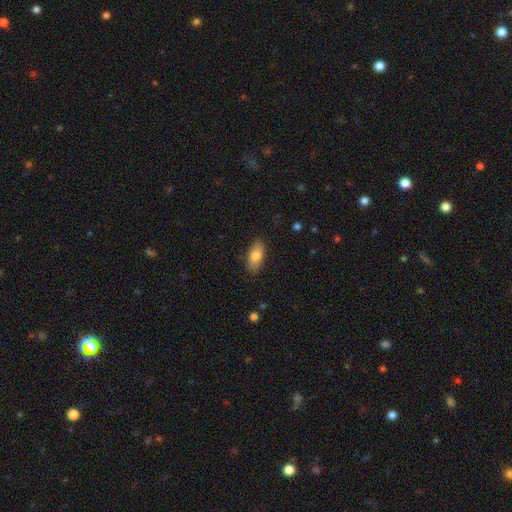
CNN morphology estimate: Smooth or featured?
  - smooth: 81% *
  - featured or disk: 13%
  - star or artifact: 6%
How rounded?
  - in between: 89% *
  - cigar-shaped: 8%
  - round: 3%
Merging?
  - none: 84% *
  - minor disturbance: 12%
  - major disturbance: 2%
  - merger: 1%